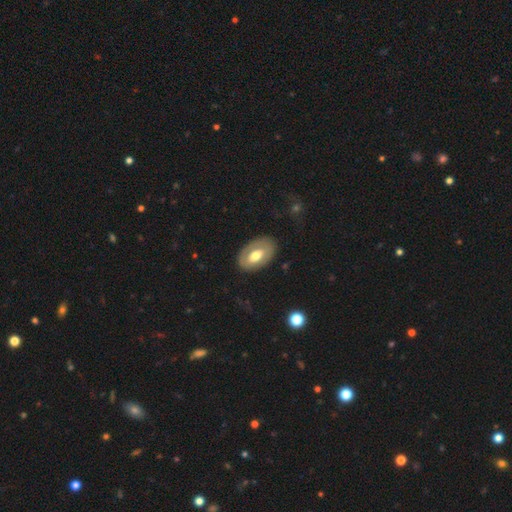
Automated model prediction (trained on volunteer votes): Morphology: type=smooth (48%); merging=none (80%).